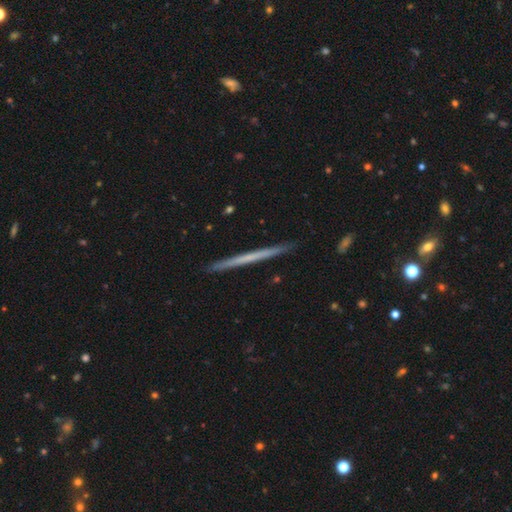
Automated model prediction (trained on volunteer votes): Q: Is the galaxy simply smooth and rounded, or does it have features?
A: featured or disk — 54%.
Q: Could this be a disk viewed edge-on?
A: yes — 98%.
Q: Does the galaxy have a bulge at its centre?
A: none — 90%.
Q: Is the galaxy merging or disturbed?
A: none — 92%.